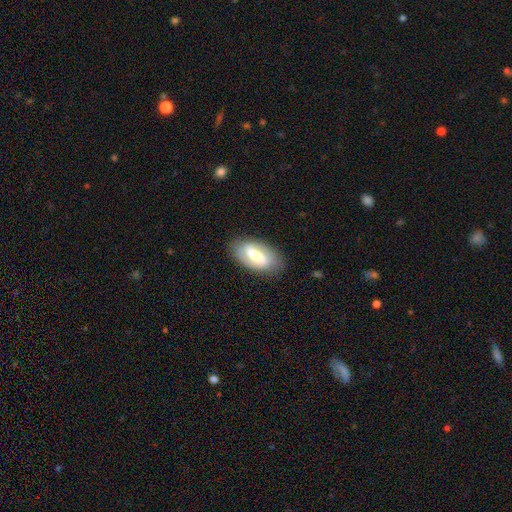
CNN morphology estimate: A featured or disk galaxy (56%) with a strong bar (51%), spiral arms (66%) and a moderate central bulge (46%). Merging: none (82%).